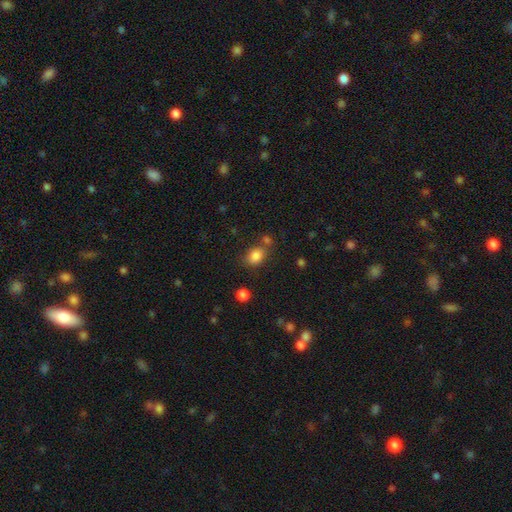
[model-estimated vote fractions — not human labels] Smooth or featured?
  - smooth: 84% *
  - star or artifact: 11%
  - featured or disk: 5%
How rounded?
  - in between: 63% *
  - round: 35%
  - cigar-shaped: 1%
Merging?
  - none: 66% *
  - minor disturbance: 15%
  - merger: 14%
  - major disturbance: 5%